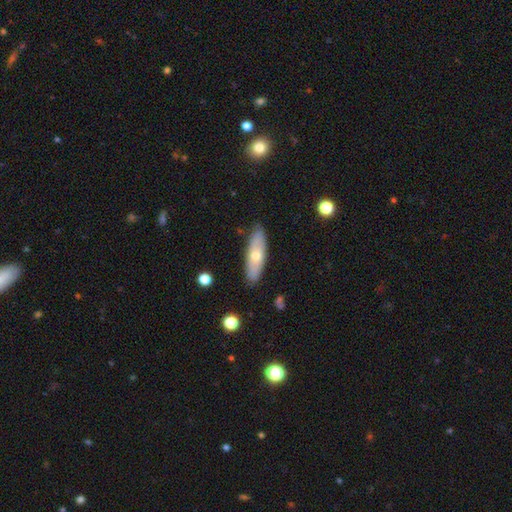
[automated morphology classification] A smooth galaxy with no disk features (58%) that is cigar-shaped (55%).

Vote fractions:
- Smooth or featured? smooth: 58% / featured or disk: 36% / star or artifact: 6%
- How rounded? cigar-shaped: 55% / in between: 43% / round: 2%
- Merging? none: 87% / minor disturbance: 10% / major disturbance: 2% / merger: 1%